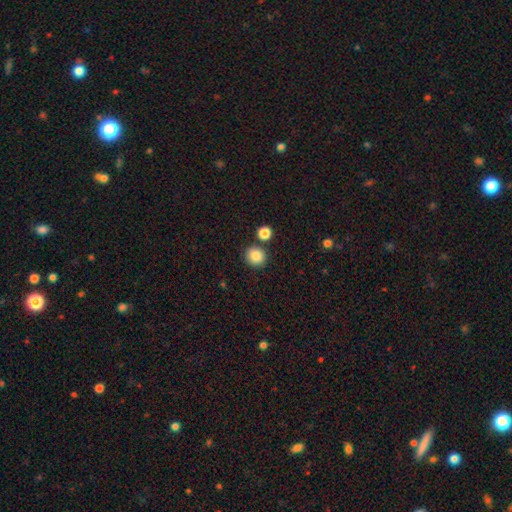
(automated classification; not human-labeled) A smooth galaxy with no disk features (87%) that is round (88%).

Vote fractions:
- Smooth or featured? smooth: 87% / star or artifact: 9% / featured or disk: 4%
- How rounded? round: 88% / in between: 12% / cigar-shaped: 1%
- Merging? none: 80% / merger: 9% / minor disturbance: 8% / major disturbance: 2%